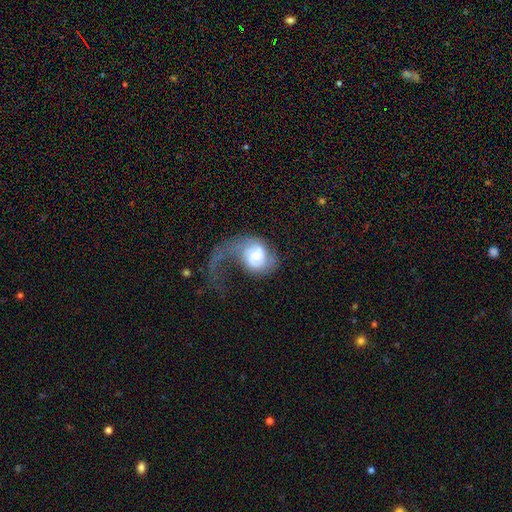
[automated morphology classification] featured or disk 70%, smooth 23%, star or artifact 7%. Down the decision tree: edge-on disk — no (98%); bar — no (58%); spiral arms — yes (86%); spiral arm count — 1 (58%); spiral winding — loose (55%); bulge size — moderate (50%); merging — major disturbance (65%).